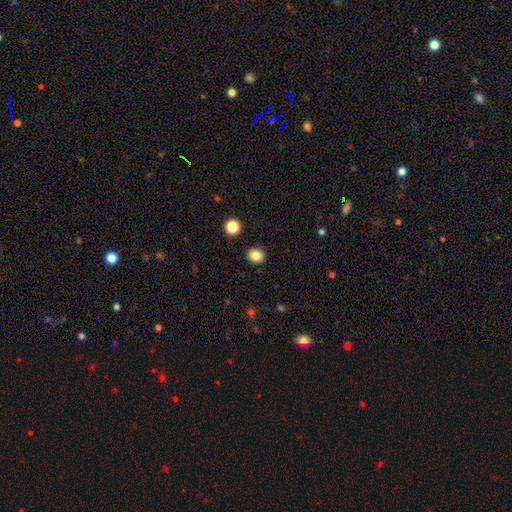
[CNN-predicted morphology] Smooth or featured: smooth — 84% (star or artifact — 11%)
How rounded: round — 74% (in between — 25%)
Merging: none — 91% (minor disturbance — 6%)